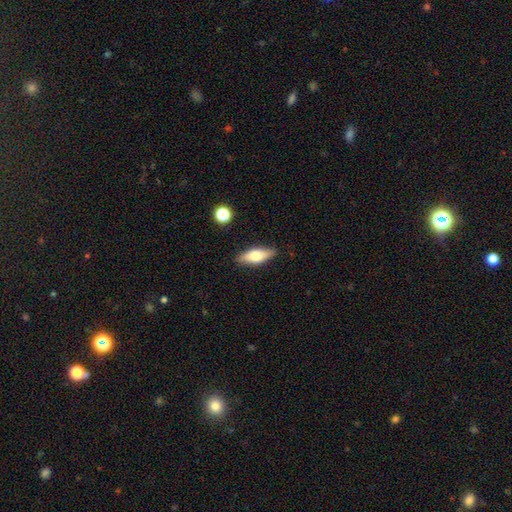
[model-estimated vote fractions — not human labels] Smooth or featured? Predicted: smooth (p=0.63). How rounded? Predicted: in between (p=0.66). Merging? Predicted: none (p=0.87).